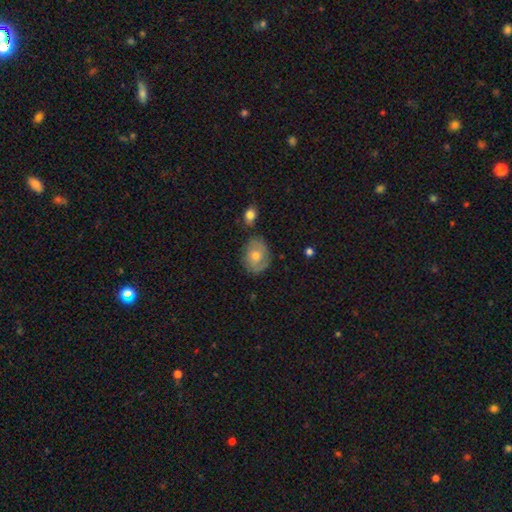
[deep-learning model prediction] A smooth galaxy with no disk features (47%). Merging: none (72%).